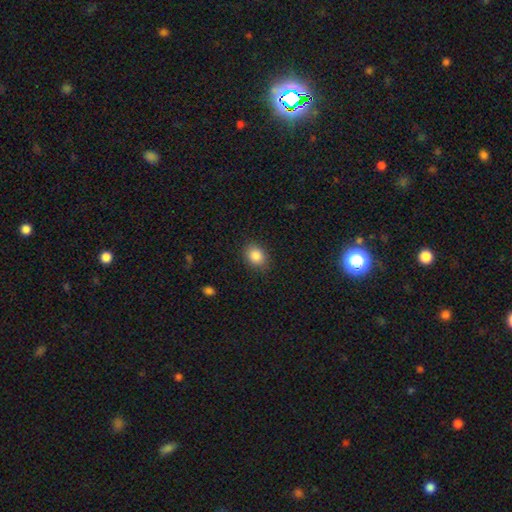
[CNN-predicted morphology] Smooth or featured? smooth (87%)
How rounded? in between (55%)
Merging? none (85%)